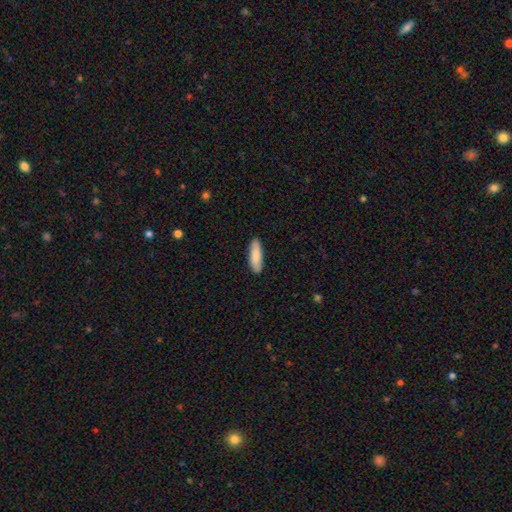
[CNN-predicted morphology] This is clearly a smooth galaxy (84%). How rounded: possibly cigar-shaped (55%). Merging: clearly none (89%).